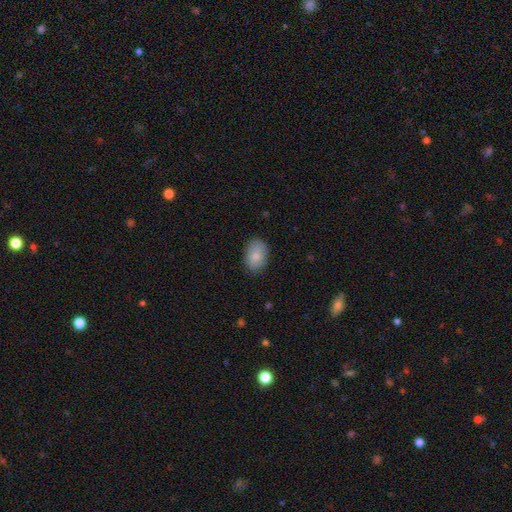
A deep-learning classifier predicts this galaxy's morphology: This is clearly a smooth galaxy (83%). How rounded: clearly in between (84%). Merging: clearly none (82%).